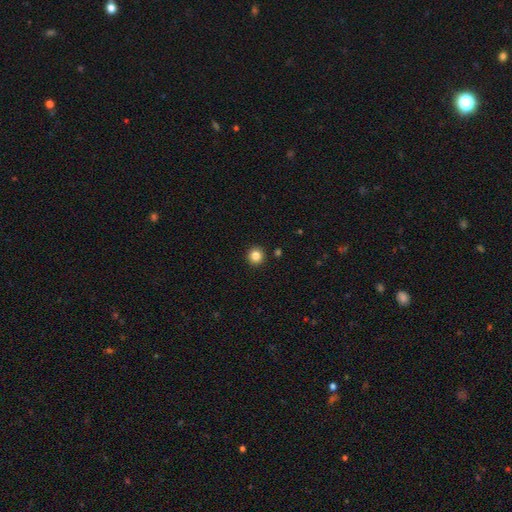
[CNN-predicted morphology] smooth_or_featured: smooth (p=0.84) [alt: star or artifact p=0.11]
how_rounded: round (p=0.94) [alt: in between p=0.05]
merging: none (p=0.92) [alt: minor disturbance p=0.05]